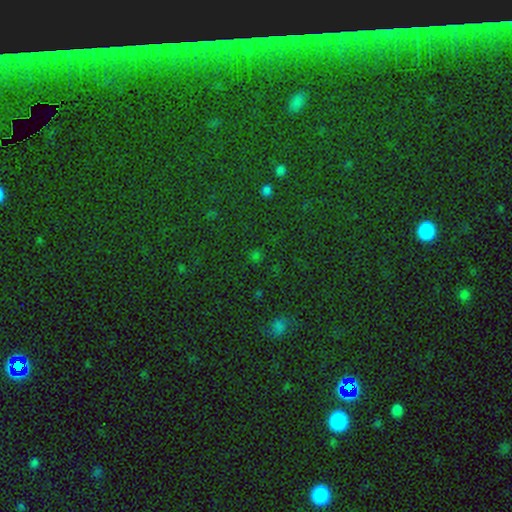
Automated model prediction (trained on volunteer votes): star or artifact 59%, smooth 34%, featured or disk 7%.